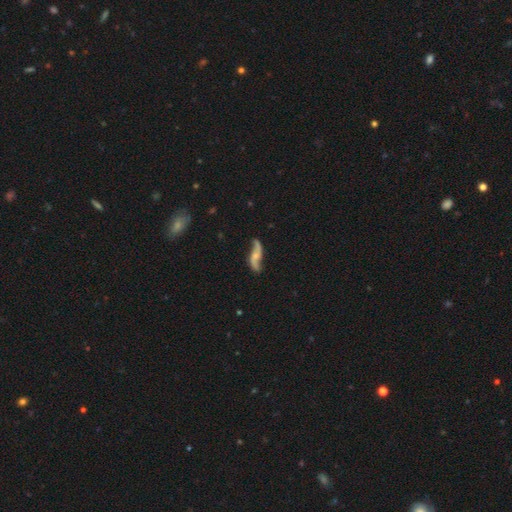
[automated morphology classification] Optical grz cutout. It shows a featured or disk galaxy (80%) with no bar (59%), 2 (93%) loose (87%) spiral arms (94%) and a small central bulge (49%). Merging: none (72%).